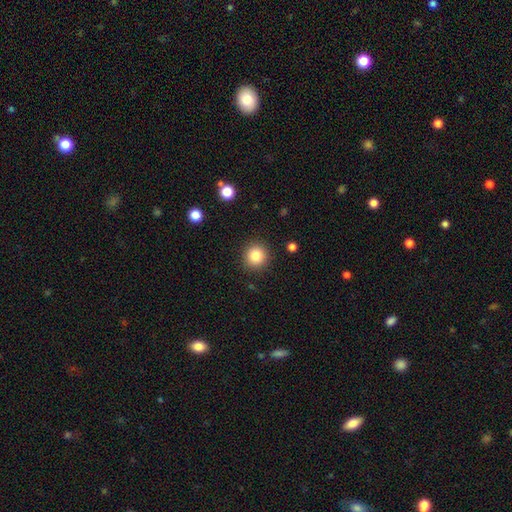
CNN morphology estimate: Smooth or featured? Predicted: smooth (p=0.84). How rounded? Predicted: round (p=0.93). Merging? Predicted: none (p=0.90).